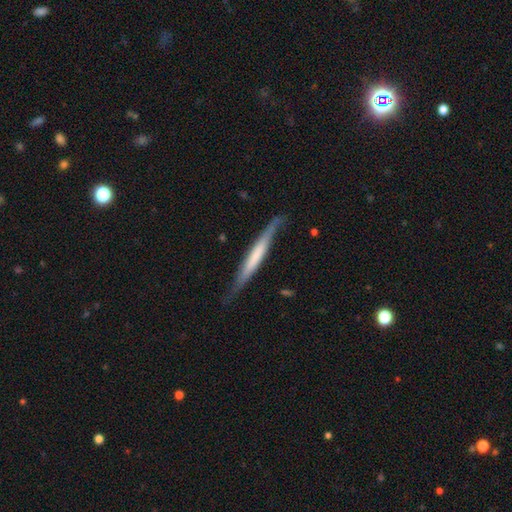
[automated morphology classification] smooth_or_featured: featured or disk (p=0.52) [alt: smooth p=0.43]
disk_edge_on: yes (p=0.91) [alt: no p=0.09]
merging: none (p=0.72) [alt: minor disturbance p=0.22]